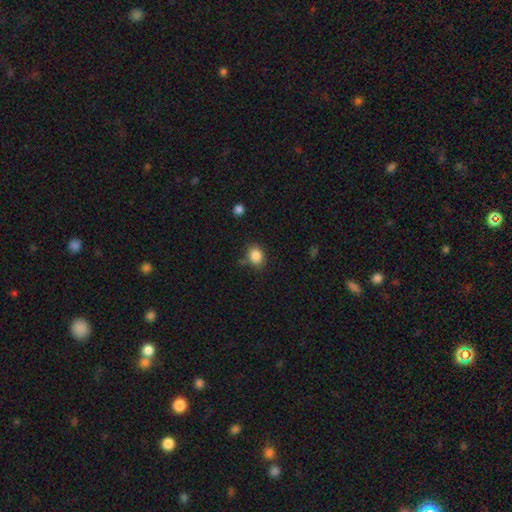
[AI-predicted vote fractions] The model was most divided on "how rounded": in between: 55%, round: 44%, cigar-shaped: 1%. More confident: smooth or featured — smooth (85%); merging — none (75%).